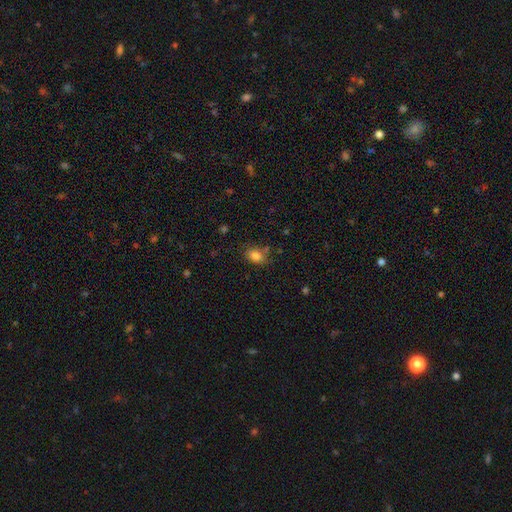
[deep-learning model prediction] Morphology: type=smooth (83%); roundness=in between (77%); merging=none (70%).